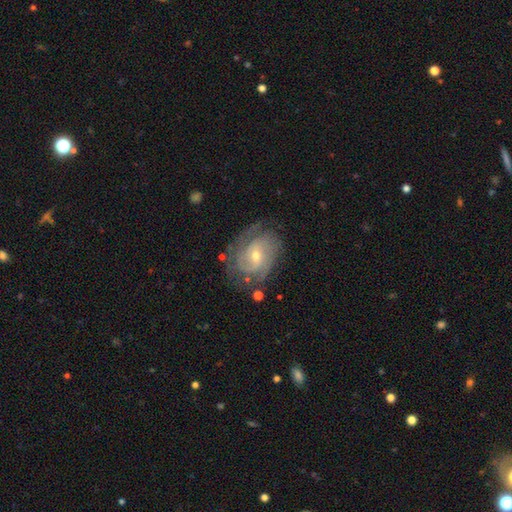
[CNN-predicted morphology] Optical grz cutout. It shows a featured or disk galaxy (83%) with no bar (52%), 2 (43%) tight (55%) spiral arms (93%) and a small central bulge (51%). Merging: none (65%).